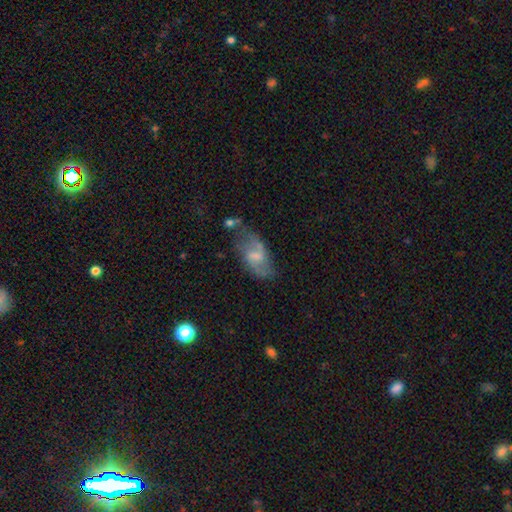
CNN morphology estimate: Smooth or featured?
  - featured or disk: 57% *
  - smooth: 34%
  - star or artifact: 8%
Edge-on disk?
  - no: 93% *
  - yes: 7%
Bar?
  - weak: 57% *
  - no: 25%
  - strong: 19%
Spiral arms?
  - yes: 75% *
  - no: 25%
Bulge size?
  - moderate: 35% * (tied)
  - small: 35% * (tied)
  - none: 23%
  - large: 6%
  - dominant: 1%
Merging?
  - none: 53% *
  - minor disturbance: 25%
  - major disturbance: 14%
  - merger: 8%